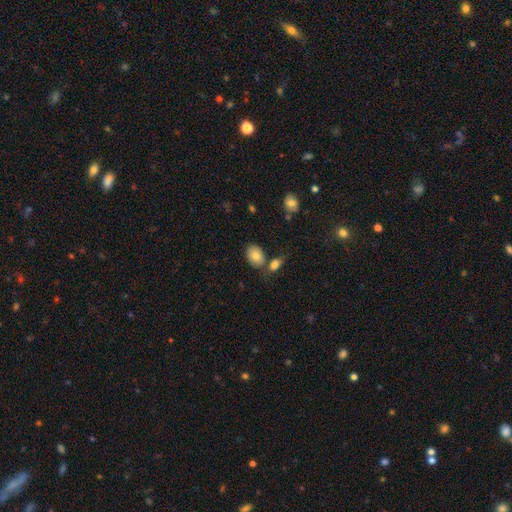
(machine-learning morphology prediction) Smooth or featured? Predicted: smooth (p=0.82). How rounded? Predicted: in between (p=0.78). Merging? Predicted: none (p=0.63).